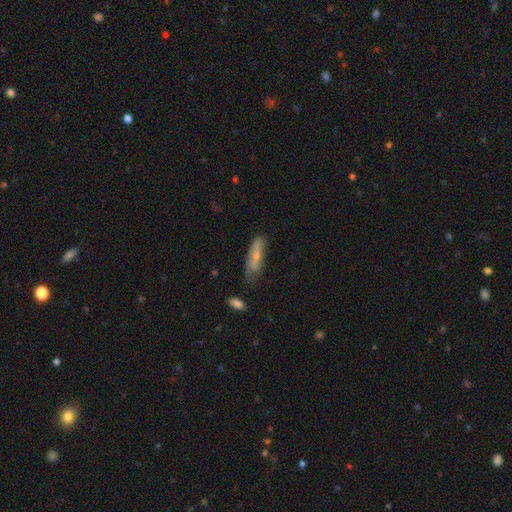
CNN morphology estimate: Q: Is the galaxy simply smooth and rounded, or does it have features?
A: smooth — 58%.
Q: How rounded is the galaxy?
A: cigar-shaped — 63%.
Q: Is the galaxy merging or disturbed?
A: none — 61%.